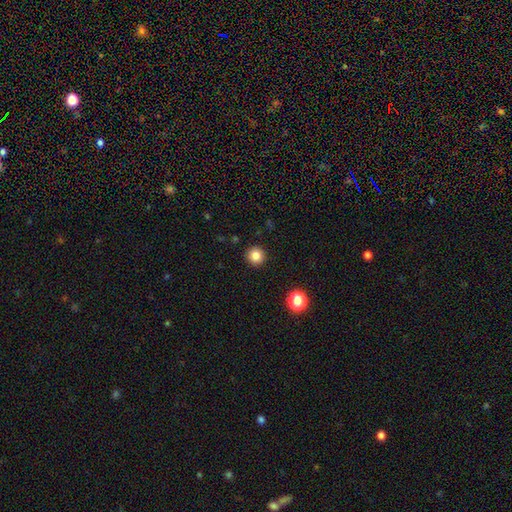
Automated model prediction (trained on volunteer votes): Q: Smooth or featured?
A: smooth (83%); runner-up: star or artifact (12%)
Q: How rounded?
A: round (95%); runner-up: in between (4%)
Q: Merging?
A: none (93%); runner-up: minor disturbance (5%)